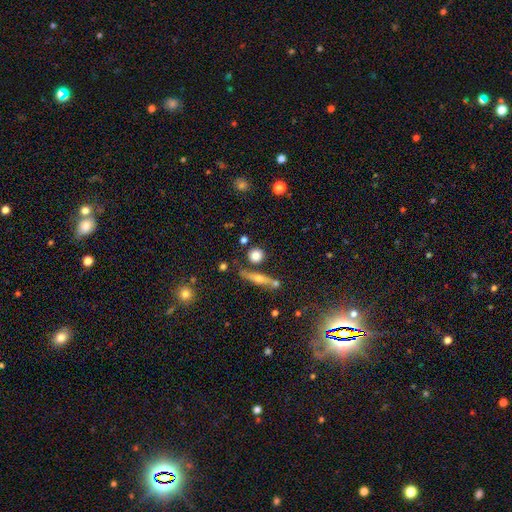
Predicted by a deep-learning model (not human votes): Smooth or featured? smooth (77%)
How rounded? round (82%)
Merging? none (76%)